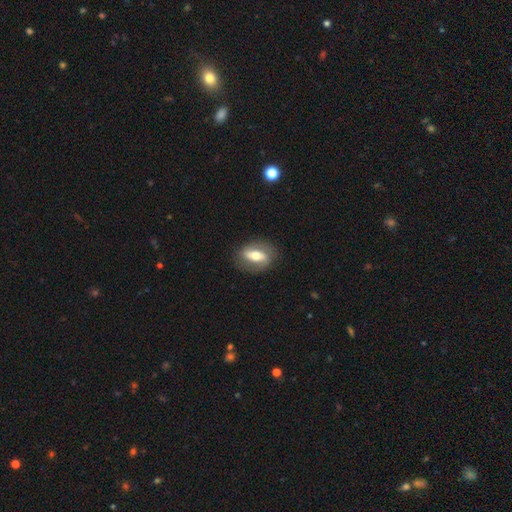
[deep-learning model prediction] This appears to be a featured or disk galaxy (58%). Merging: none (81%).